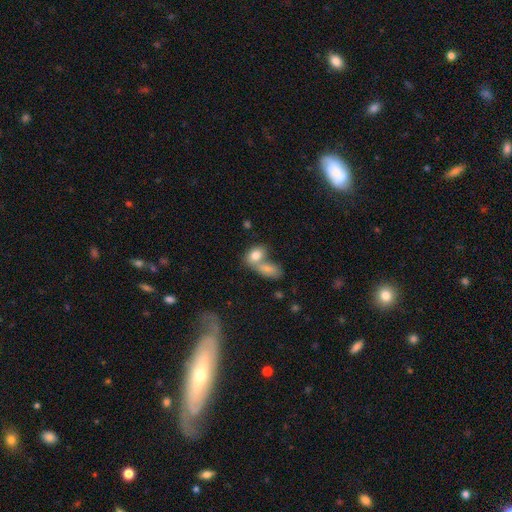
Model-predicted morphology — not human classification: smooth 81%, featured or disk 12%, star or artifact 8%. Down the decision tree: how rounded — in between (81%); merging — merger (57%).